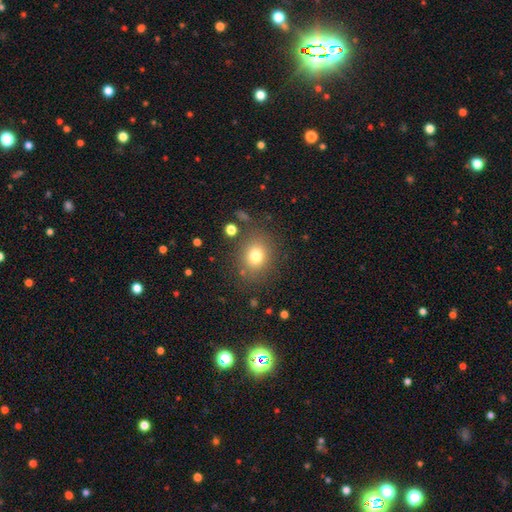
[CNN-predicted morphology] A smooth galaxy with no disk features (77%) that is round (64%).

Vote fractions:
- Smooth or featured? smooth: 77% / star or artifact: 13% / featured or disk: 10%
- How rounded? round: 64% / in between: 35% / cigar-shaped: 1%
- Merging? none: 79% / minor disturbance: 11% / major disturbance: 5% / merger: 4%